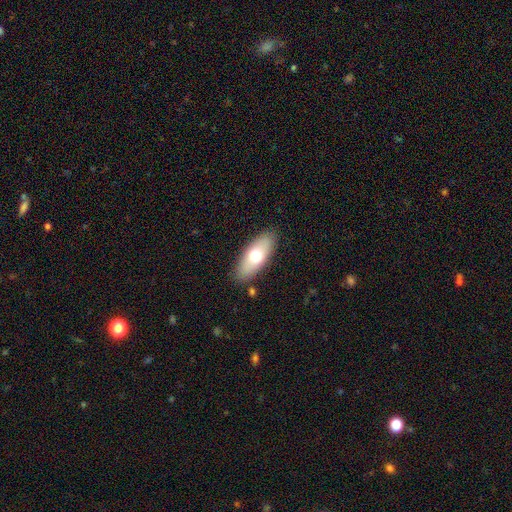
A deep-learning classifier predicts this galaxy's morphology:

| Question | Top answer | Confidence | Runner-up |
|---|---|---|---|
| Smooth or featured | smooth | 68% | featured or disk (26%) |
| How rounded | in between | 80% | cigar-shaped (18%) |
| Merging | none | 86% | minor disturbance (10%) |